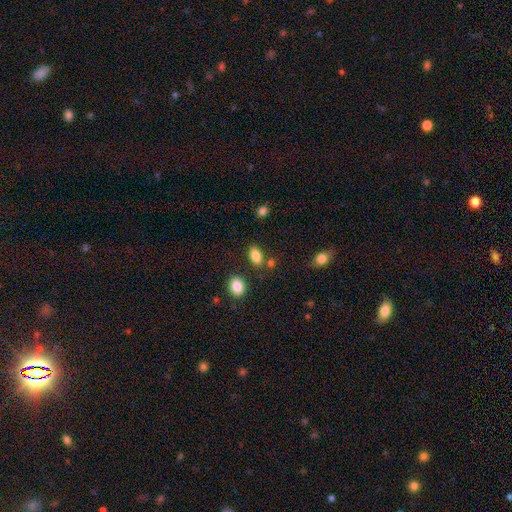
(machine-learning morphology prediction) A smooth galaxy with no disk features (84%) that is in between round and cigar-shaped (88%). Merging: none (78%).